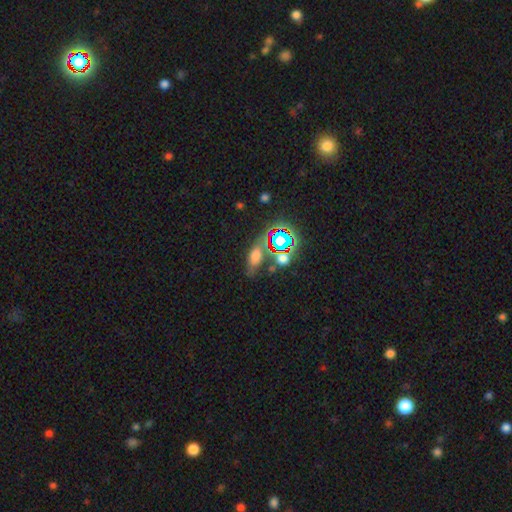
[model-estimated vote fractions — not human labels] Smooth or featured: smooth — 54% (star or artifact — 31%)
How rounded: in between — 71% (cigar-shaped — 15%)
Merging: none — 60% (minor disturbance — 17%)